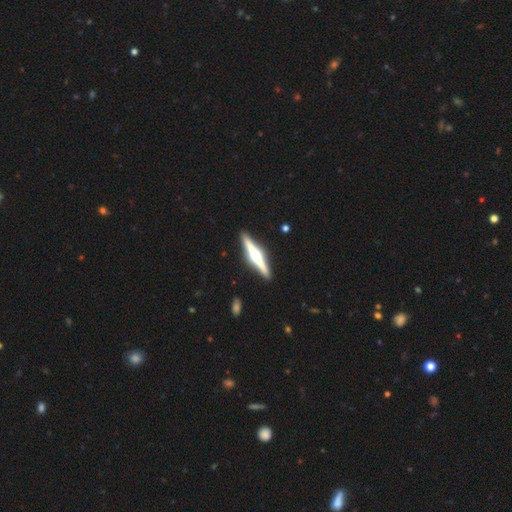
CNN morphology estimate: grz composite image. It shows a featured or disk galaxy (79%) viewed edge-on (98%) with a rounded central bulge (93%). Merging: none (92%).